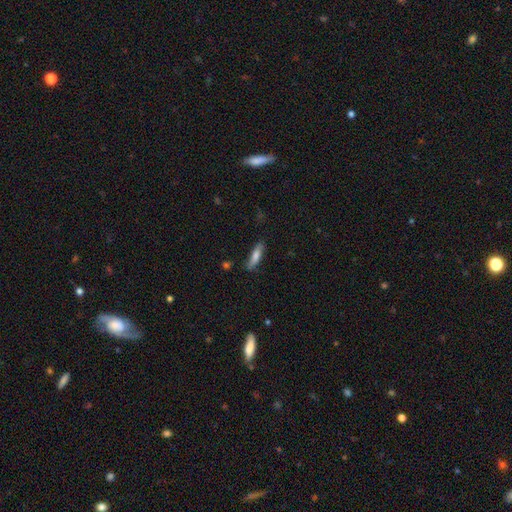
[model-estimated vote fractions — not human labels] Smooth or featured? smooth (70%)
How rounded? cigar-shaped (70%)
Merging? none (74%)